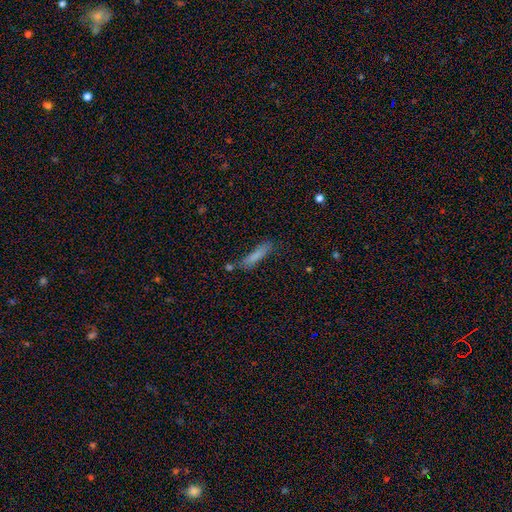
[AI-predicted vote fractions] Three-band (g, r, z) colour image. It shows a smooth galaxy with no disk features (78%) that is cigar-shaped (79%). Merging: none (63%).